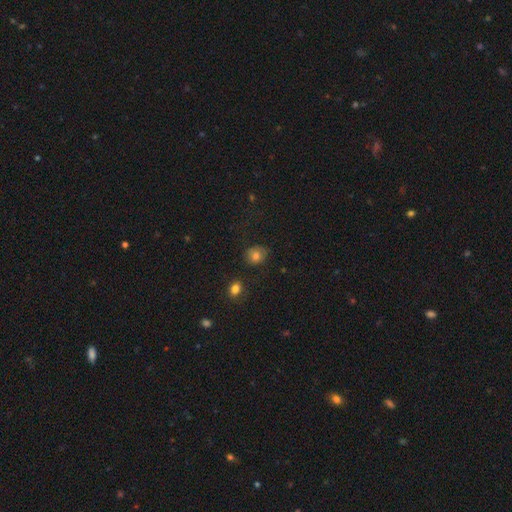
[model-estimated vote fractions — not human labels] This is likely a smooth galaxy (80%). How rounded: likely round (69%). Merging: likely none (73%).